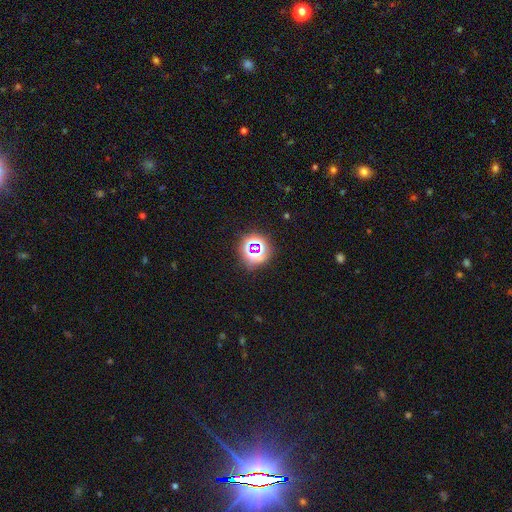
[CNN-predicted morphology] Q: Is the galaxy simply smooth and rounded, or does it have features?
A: star or artifact — 66%.